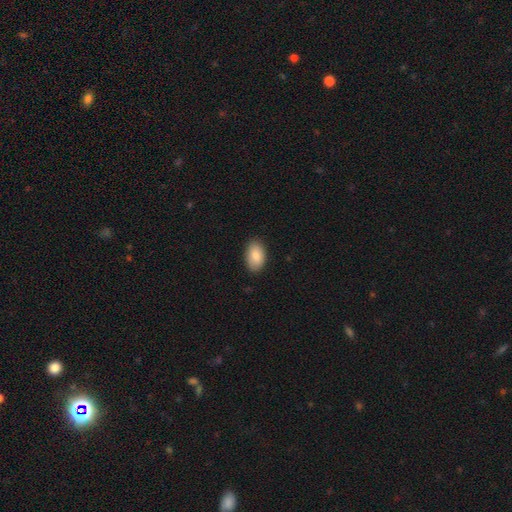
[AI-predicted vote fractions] This is clearly a smooth galaxy (87%). How rounded: clearly in between (93%). Merging: clearly none (87%).